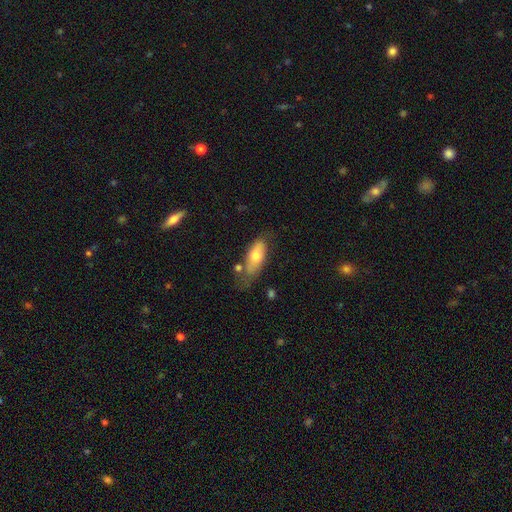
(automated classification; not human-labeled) A smooth galaxy with no disk features (66%) that is in between round and cigar-shaped (78%).

Vote fractions:
- Smooth or featured? smooth: 66% / featured or disk: 27% / star or artifact: 6%
- How rounded? in between: 78% / cigar-shaped: 19% / round: 3%
- Merging? none: 55% / minor disturbance: 27% / major disturbance: 10% / merger: 8%